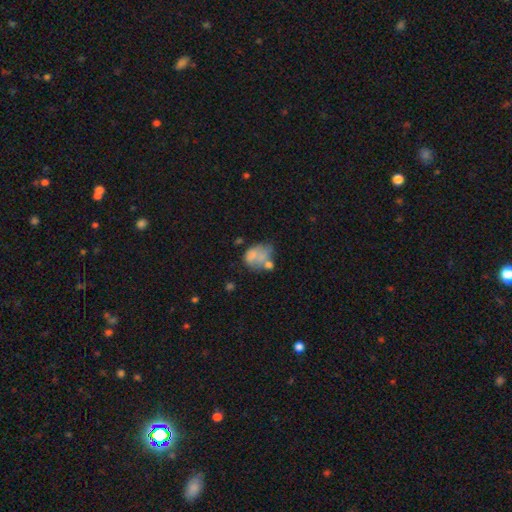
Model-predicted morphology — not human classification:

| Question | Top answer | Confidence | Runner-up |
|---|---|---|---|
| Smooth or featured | smooth | 60% | featured or disk (29%) |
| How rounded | in between | 64% | round (35%) |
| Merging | merger | 30% | none (25%) |